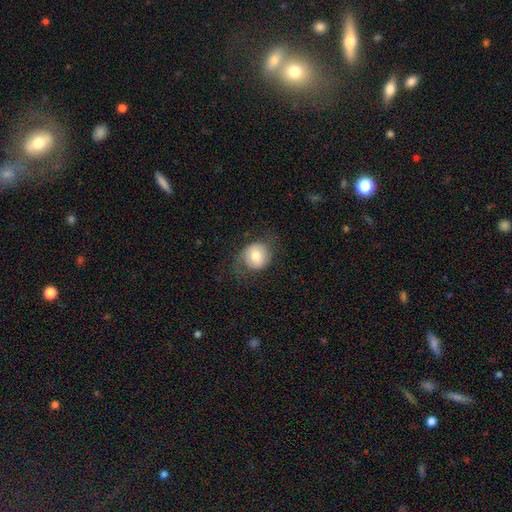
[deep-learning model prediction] Smooth or featured? Predicted: smooth (p=0.68). How rounded? Predicted: round (p=0.80). Merging? Predicted: none (p=0.67).